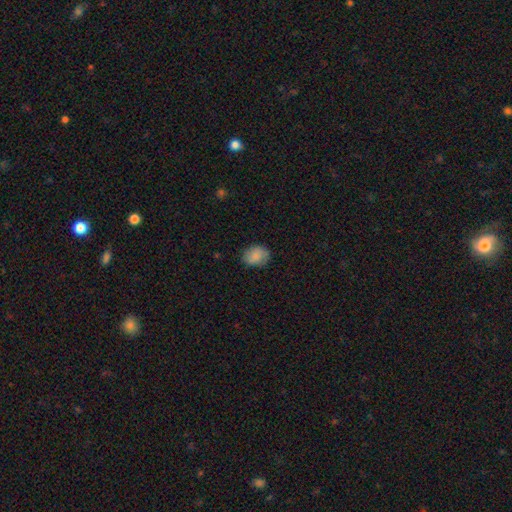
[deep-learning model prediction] The model was most divided on "how rounded": in between: 59%, round: 40%, cigar-shaped: 1%. More confident: smooth or featured — smooth (82%); merging — none (75%).